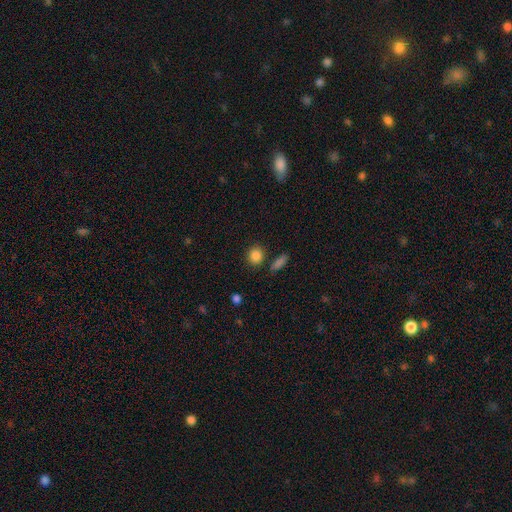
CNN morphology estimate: smooth 86%, star or artifact 9%, featured or disk 5%. Down the decision tree: how rounded — round (77%); merging — none (82%).